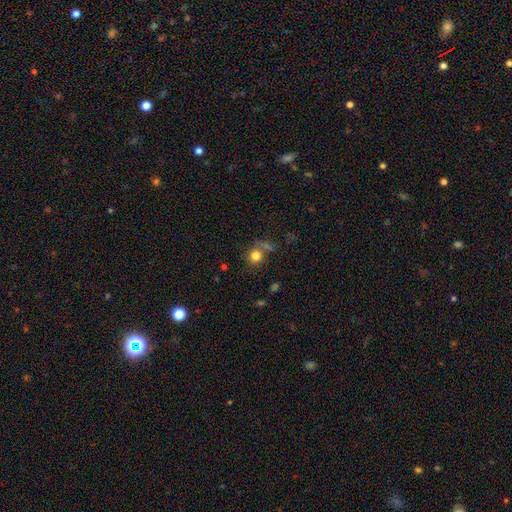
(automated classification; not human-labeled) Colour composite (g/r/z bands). It shows a smooth galaxy with no disk features (80%) that is round (87%). Merging: none (67%).